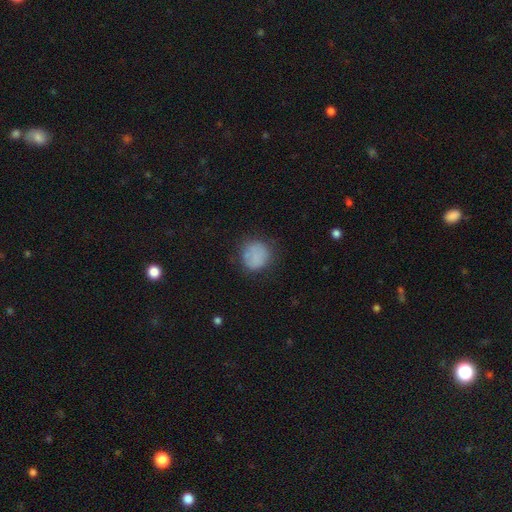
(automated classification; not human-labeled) smooth 79%, featured or disk 11%, star or artifact 10%. Down the decision tree: how rounded — round (87%); merging — none (69%).